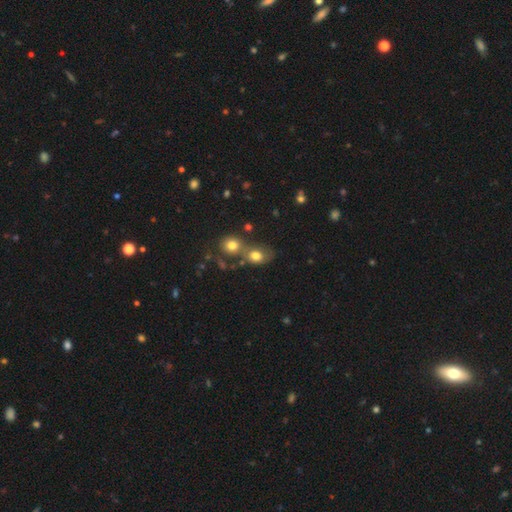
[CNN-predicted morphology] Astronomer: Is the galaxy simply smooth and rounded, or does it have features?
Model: smooth — 75%.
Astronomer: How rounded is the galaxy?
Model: in between — 53% (runner-up: round, 45%).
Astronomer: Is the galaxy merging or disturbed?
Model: merger — 48% (runner-up: none, 32%).